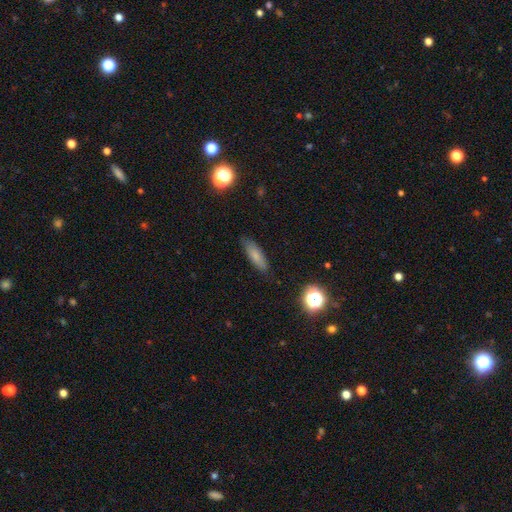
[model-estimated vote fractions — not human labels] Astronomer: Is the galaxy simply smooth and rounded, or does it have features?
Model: smooth — 78%.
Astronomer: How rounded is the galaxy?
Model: cigar-shaped — 50% (runner-up: in between, 47%).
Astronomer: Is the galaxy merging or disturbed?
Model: none — 84%.